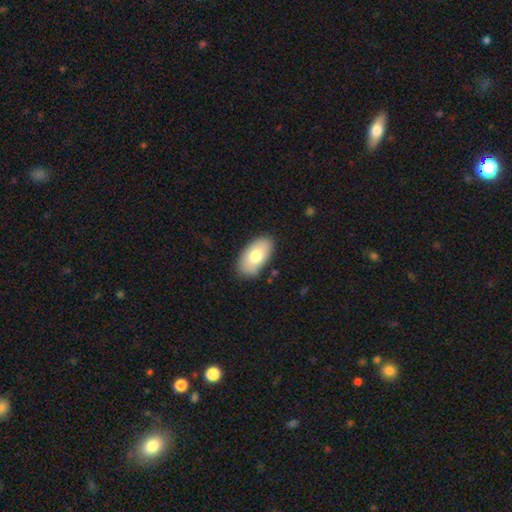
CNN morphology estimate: type=smooth (74%); roundness=in between (95%); merging=none (84%).